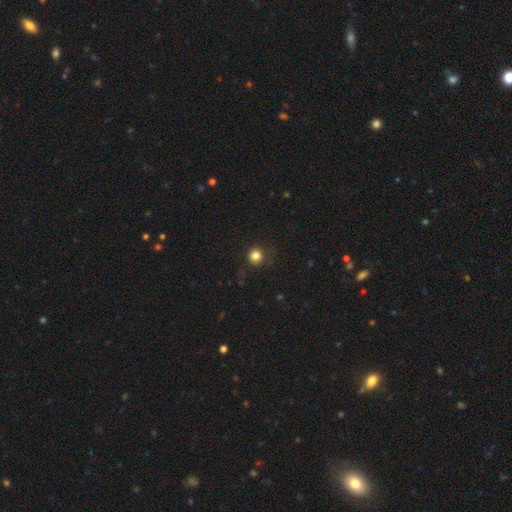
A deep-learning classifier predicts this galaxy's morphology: Smooth or featured? Predicted: smooth (p=0.83). How rounded? Predicted: round (p=0.91). Merging? Predicted: none (p=0.84).